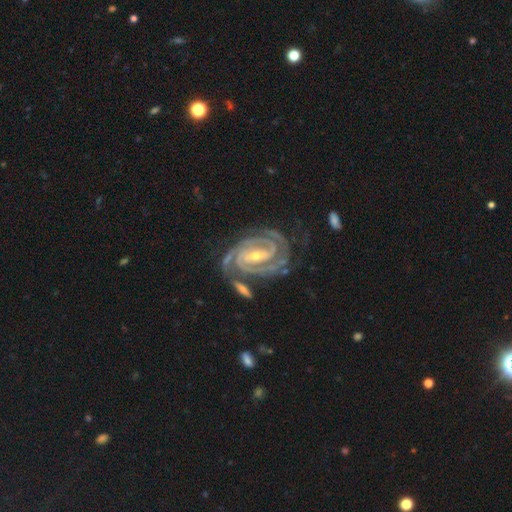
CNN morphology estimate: Smooth or featured?
  - featured or disk: 93% *
  - star or artifact: 4%
  - smooth: 3%
Edge-on disk?
  - no: 97% *
  - yes: 3%
Bar?
  - strong: 47% *
  - weak: 36%
  - no: 17%
Spiral arms?
  - yes: 99% *
  - no: 1%
Spiral winding?
  - tight: 78% *
  - medium: 19%
  - loose: 2%
Spiral arm count?
  - 2: 57% *
  - 3: 23%
  - 4: 7%
  - can't tell: 7%
  - more than 4: 3%
  - 1: 3%
Bulge size?
  - small: 60% *
  - moderate: 37%
  - large: 1%
  - none: 1%
  - dominant: 1%
Merging?
  - none: 68% *
  - minor disturbance: 18%
  - merger: 7%
  - major disturbance: 7%